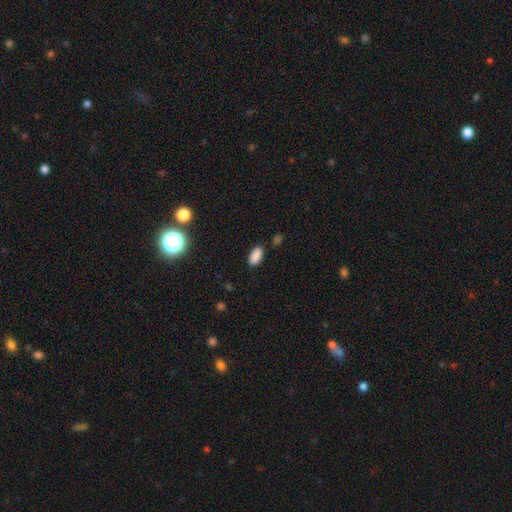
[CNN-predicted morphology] Smooth or featured? smooth (87%)
How rounded? in between (92%)
Merging? none (85%)